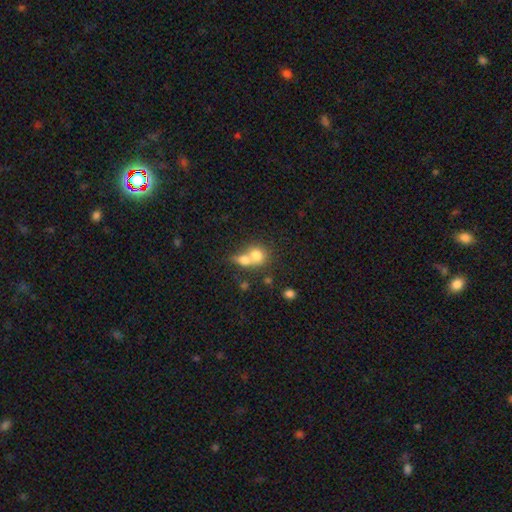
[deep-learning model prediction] smooth_or_featured: smooth (p=0.74) [alt: featured or disk p=0.16]
how_rounded: round (p=0.69) [alt: in between p=0.30]
merging: merger (p=0.66) [alt: none p=0.25]